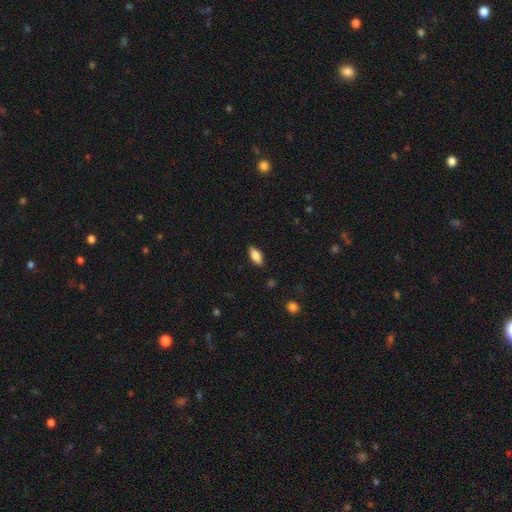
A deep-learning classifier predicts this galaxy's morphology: type=smooth (77%); roundness=in between (84%); merging=none (85%).